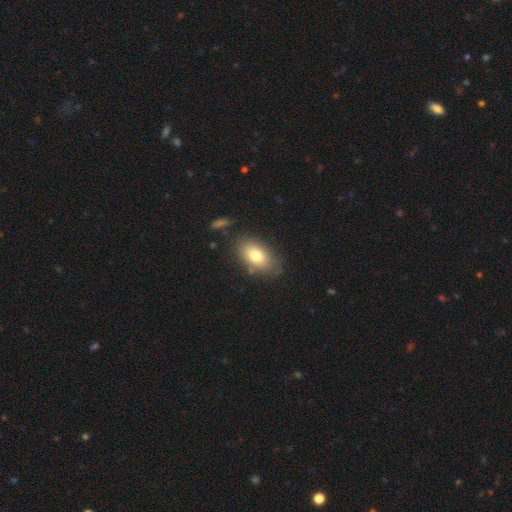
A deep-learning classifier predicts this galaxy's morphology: A smooth galaxy with no disk features (76%) that is in between round and cigar-shaped (88%). Merging: none (77%).